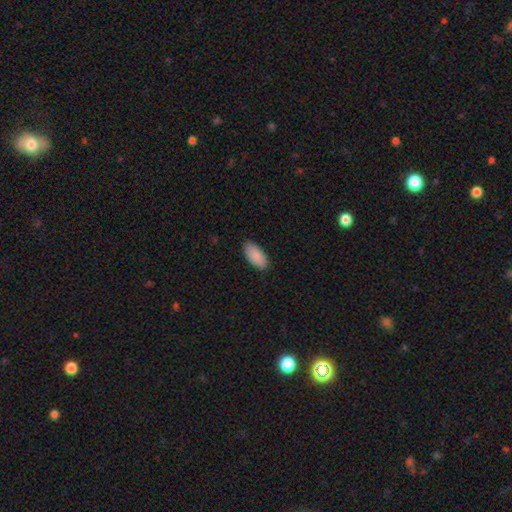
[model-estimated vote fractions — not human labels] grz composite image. It shows a smooth galaxy with no disk features (90%) that is in between round and cigar-shaped (93%). Merging: none (86%).